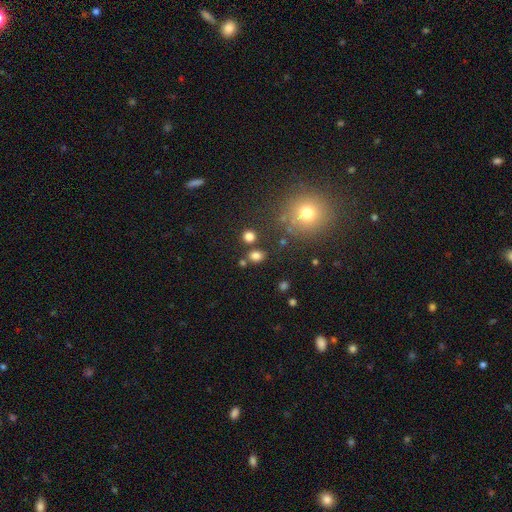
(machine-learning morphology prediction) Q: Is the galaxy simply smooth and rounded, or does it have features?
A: smooth — 78%.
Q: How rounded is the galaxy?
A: in between — 50%.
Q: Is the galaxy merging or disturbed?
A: none — 76%.